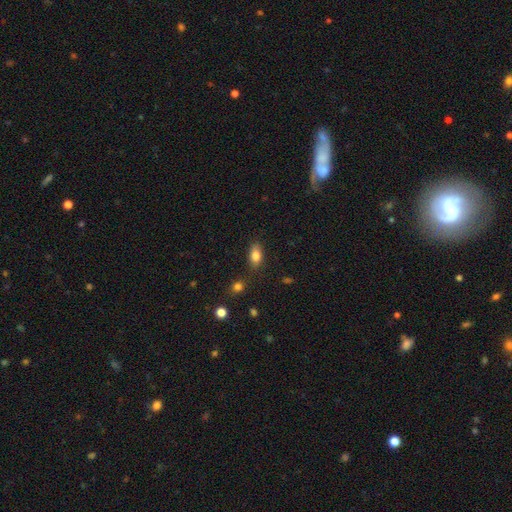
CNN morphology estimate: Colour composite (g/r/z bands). It shows a smooth galaxy with no disk features (82%) that is in between round and cigar-shaped (86%). Merging: none (77%).